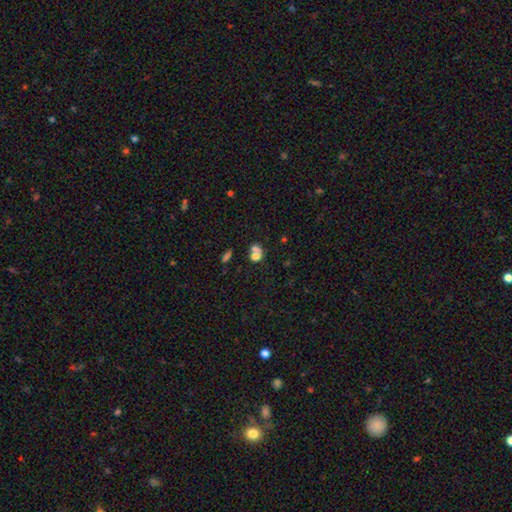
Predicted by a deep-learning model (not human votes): Smooth or featured?
  - smooth: 66% *
  - featured or disk: 19%
  - star or artifact: 15%
How rounded?
  - round: 60% *
  - in between: 38%
  - cigar-shaped: 2%
Merging?
  - merger: 51% *
  - none: 32%
  - minor disturbance: 9%
  - major disturbance: 7%